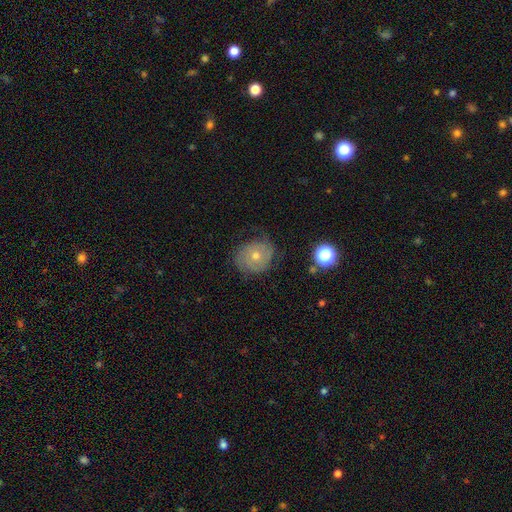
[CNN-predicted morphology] smooth_or_featured: featured or disk (p=0.61) [alt: smooth p=0.27]
disk_edge_on: no (p=0.97) [alt: yes p=0.03]
bar: no (p=0.85) [alt: weak p=0.12]
has_spiral_arms: yes (p=0.81) [alt: no p=0.19]
bulge_size: moderate (p=0.49) [alt: small p=0.48]
merging: none (p=0.73) [alt: minor disturbance p=0.19]